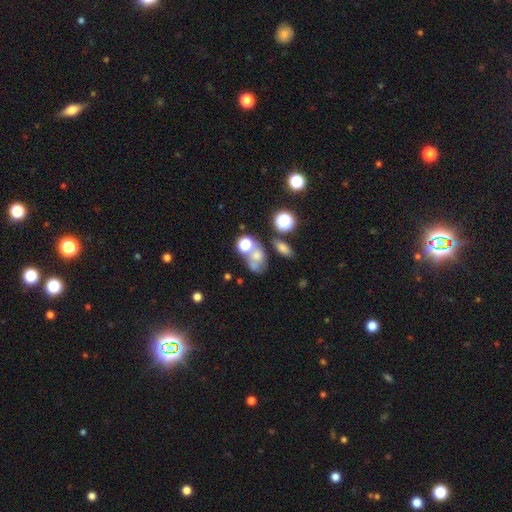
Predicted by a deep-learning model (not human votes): A smooth galaxy with no disk features (58%) that is in between round and cigar-shaped (56%). Merging: merger (39%).